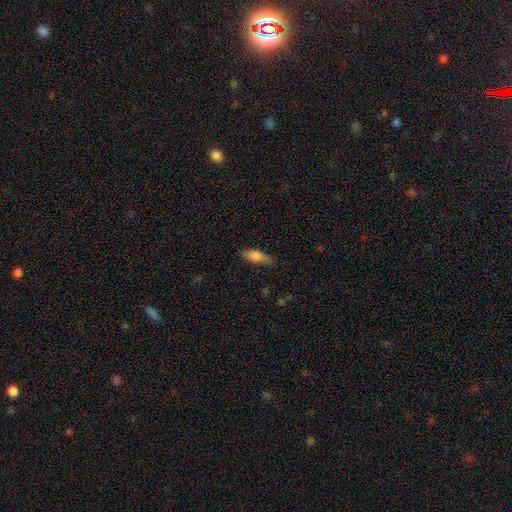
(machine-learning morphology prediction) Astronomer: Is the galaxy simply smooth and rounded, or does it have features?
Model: smooth — 72%.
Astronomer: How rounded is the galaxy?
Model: in between — 54% (runner-up: cigar-shaped, 43%).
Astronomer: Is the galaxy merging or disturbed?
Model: none — 82%.